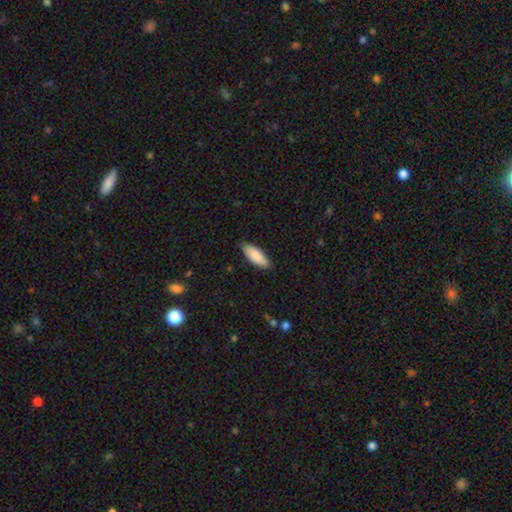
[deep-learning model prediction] The model was most divided on "how rounded": in between: 70%, cigar-shaped: 28%, round: 2%. More confident: smooth or featured — smooth (87%); merging — none (80%).